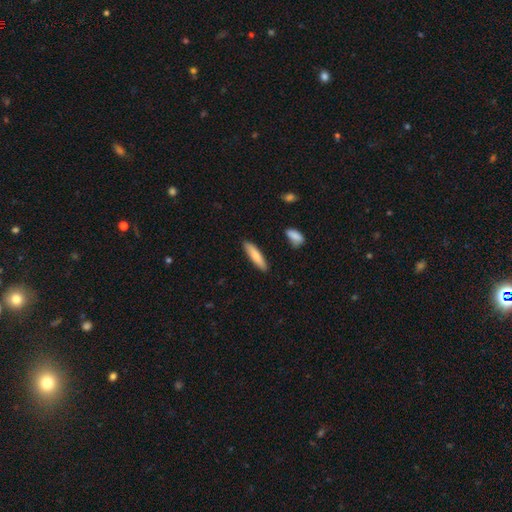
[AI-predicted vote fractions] A smooth galaxy with no disk features (77%) that is cigar-shaped (75%). Merging: none (88%).